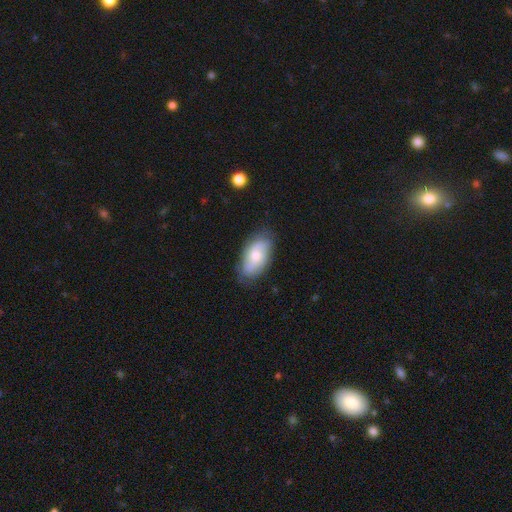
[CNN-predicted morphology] A smooth galaxy with no disk features (50%) that is in between round and cigar-shaped (92%).

Vote fractions:
- Smooth or featured? smooth: 50% / featured or disk: 43% / star or artifact: 7%
- How rounded? in between: 92% / round: 4% / cigar-shaped: 4%
- Merging? none: 76% / minor disturbance: 18% / major disturbance: 5% / merger: 1%